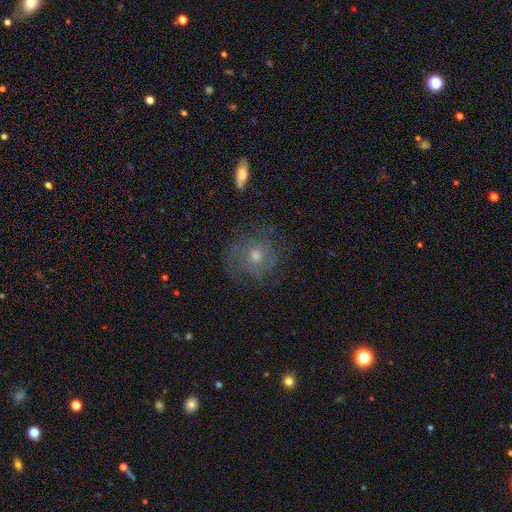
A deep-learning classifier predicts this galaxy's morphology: Smooth or featured: smooth — 42% (featured or disk — 41%)
Merging: none — 73% (minor disturbance — 16%)